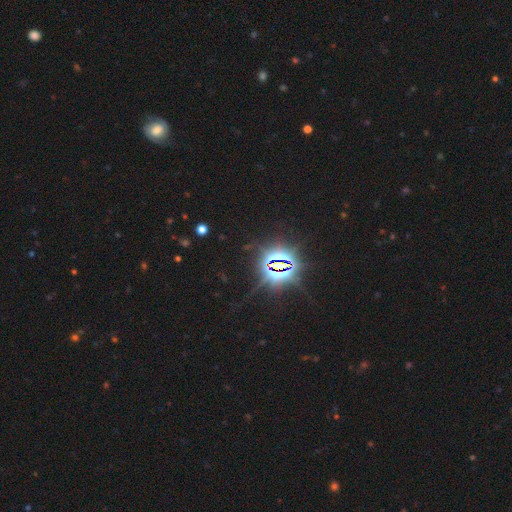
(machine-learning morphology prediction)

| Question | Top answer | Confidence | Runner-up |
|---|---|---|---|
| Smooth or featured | star or artifact | 86% | smooth (9%) |